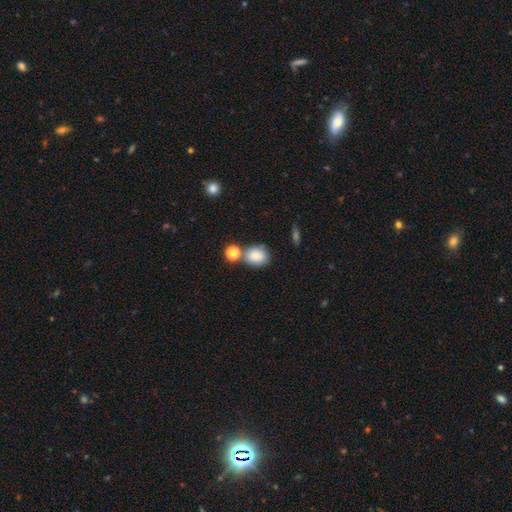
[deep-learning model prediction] This appears to be a smooth galaxy with no disk features (85%) that is round (51%). Merging: none (60%).